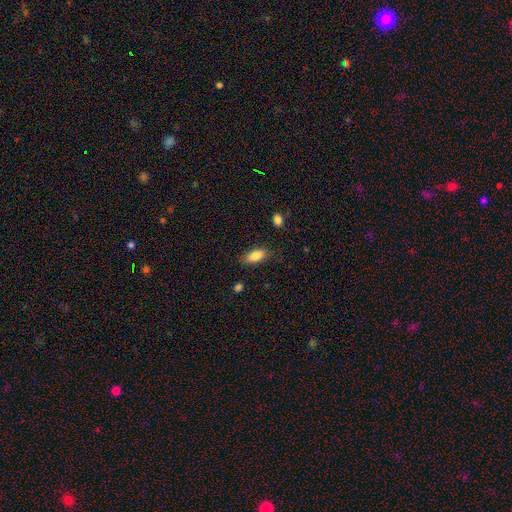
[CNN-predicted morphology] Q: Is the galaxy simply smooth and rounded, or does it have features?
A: smooth — 84%.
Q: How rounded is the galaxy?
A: in between — 84%.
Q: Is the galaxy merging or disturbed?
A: none — 81%.